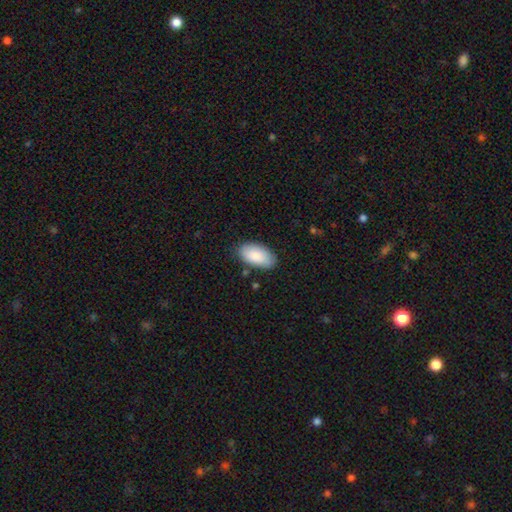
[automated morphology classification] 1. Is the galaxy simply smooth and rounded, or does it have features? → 87% smooth, 7% featured or disk, 6% star or artifact.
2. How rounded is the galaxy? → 95% in between, 3% round, 2% cigar-shaped.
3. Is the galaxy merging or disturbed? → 82% none, 14% minor disturbance, 3% major disturbance, 2% merger.